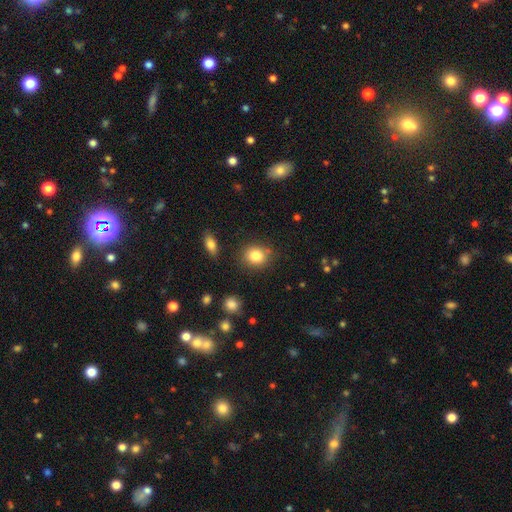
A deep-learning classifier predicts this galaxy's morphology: Smooth or featured? Predicted: smooth (p=0.83). How rounded? Predicted: round (p=0.71). Merging? Predicted: none (p=0.80).